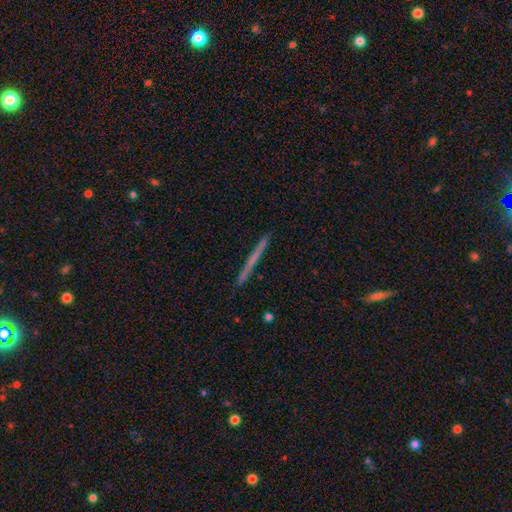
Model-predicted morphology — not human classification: Smooth or featured? featured or disk (49%)
Merging? none (90%)